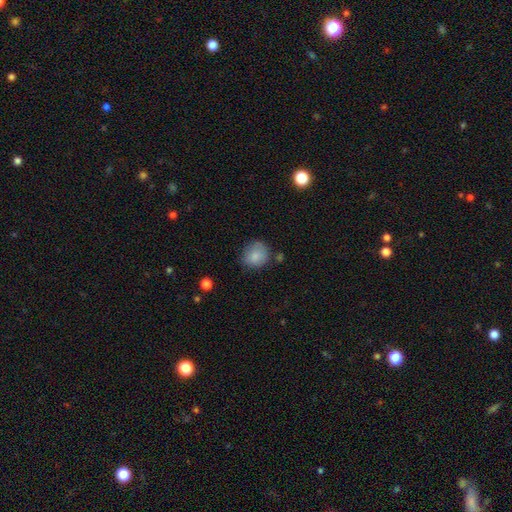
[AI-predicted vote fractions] A smooth galaxy with no disk features (85%) that is round (77%). Merging: none (70%).